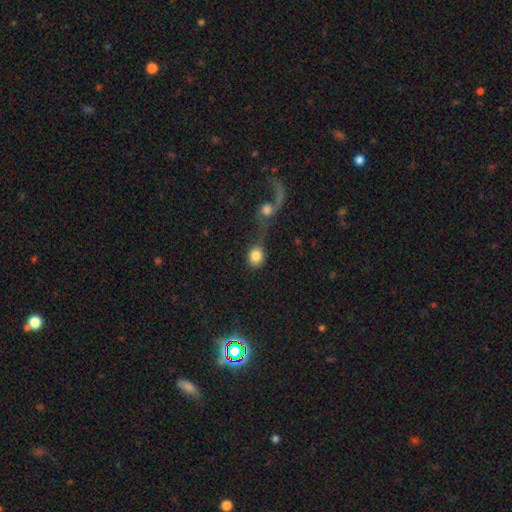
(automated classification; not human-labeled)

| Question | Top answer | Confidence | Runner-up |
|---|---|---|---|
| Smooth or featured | smooth | 81% | featured or disk (12%) |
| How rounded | round | 70% | in between (28%) |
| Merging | merger | 44% | none (31%) |